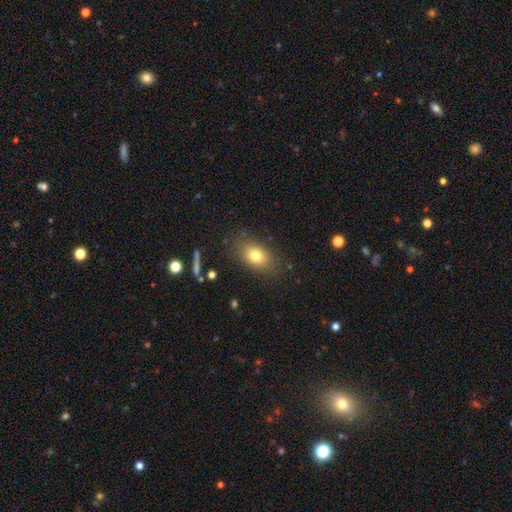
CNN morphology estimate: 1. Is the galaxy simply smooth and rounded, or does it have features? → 77% smooth, 12% featured or disk, 11% star or artifact.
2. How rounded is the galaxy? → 79% in between, 19% round, 2% cigar-shaped.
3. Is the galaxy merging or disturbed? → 82% none, 12% minor disturbance, 5% major disturbance, 2% merger.